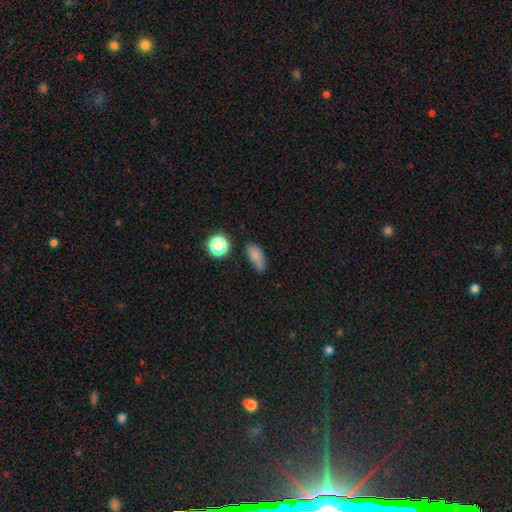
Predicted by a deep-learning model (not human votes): Smooth or featured: smooth — 80% (star or artifact — 13%)
How rounded: in between — 77% (cigar-shaped — 13%)
Merging: none — 65% (minor disturbance — 25%)